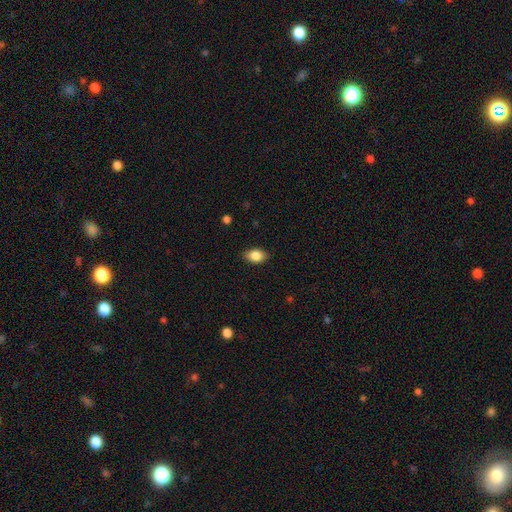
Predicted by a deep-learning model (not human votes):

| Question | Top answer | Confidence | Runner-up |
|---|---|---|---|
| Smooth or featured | smooth | 85% | star or artifact (8%) |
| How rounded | in between | 84% | round (15%) |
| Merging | none | 86% | minor disturbance (11%) |